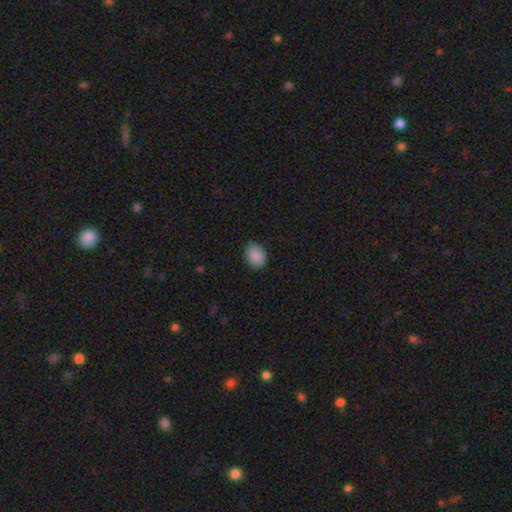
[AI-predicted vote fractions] Smooth or featured? smooth (88%)
How rounded? in between (62%)
Merging? none (85%)